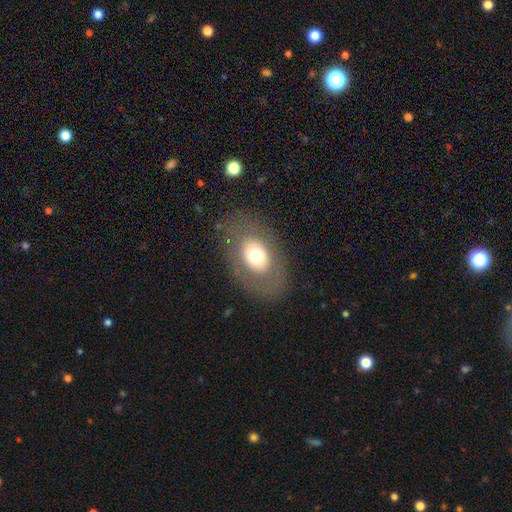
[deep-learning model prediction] A smooth galaxy with no disk features (63%) that is in between round and cigar-shaped (81%). Merging: none (79%).